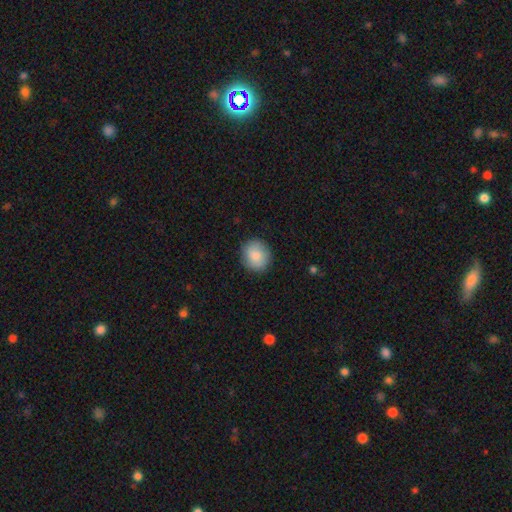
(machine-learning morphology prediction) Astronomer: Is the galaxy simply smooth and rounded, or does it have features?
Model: smooth — 84%.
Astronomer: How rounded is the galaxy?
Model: round — 83%.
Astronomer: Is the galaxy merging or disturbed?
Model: none — 88%.